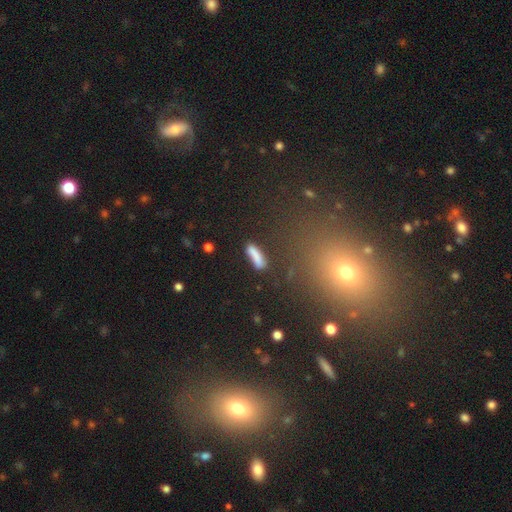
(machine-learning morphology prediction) A smooth galaxy with no disk features (81%) that is cigar-shaped (70%).

Vote fractions:
- Smooth or featured? smooth: 81% / featured or disk: 10% / star or artifact: 9%
- How rounded? cigar-shaped: 70% / in between: 27% / round: 3%
- Merging? none: 67% / minor disturbance: 19% / major disturbance: 7% / merger: 7%